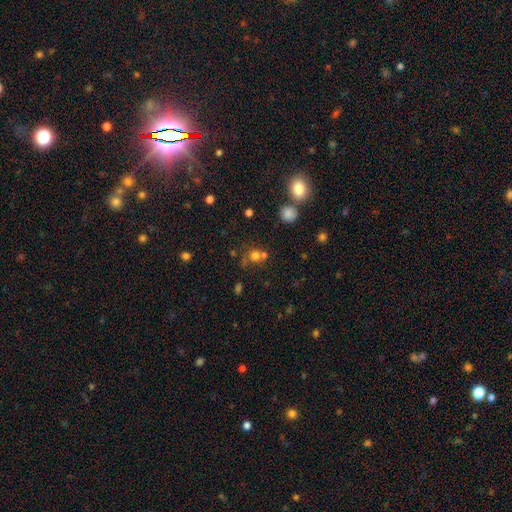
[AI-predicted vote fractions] smooth 72%, star or artifact 18%, featured or disk 10%. Down the decision tree: how rounded — round (84%); merging — none (51%).